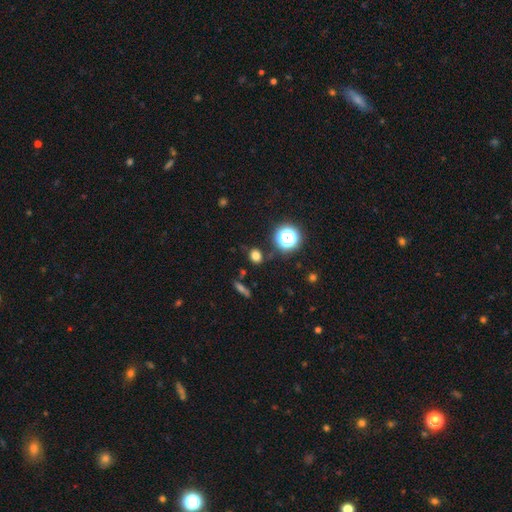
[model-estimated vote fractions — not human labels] Smooth or featured: smooth — 74% (star or artifact — 20%)
How rounded: round — 65% (in between — 33%)
Merging: none — 82% (minor disturbance — 11%)